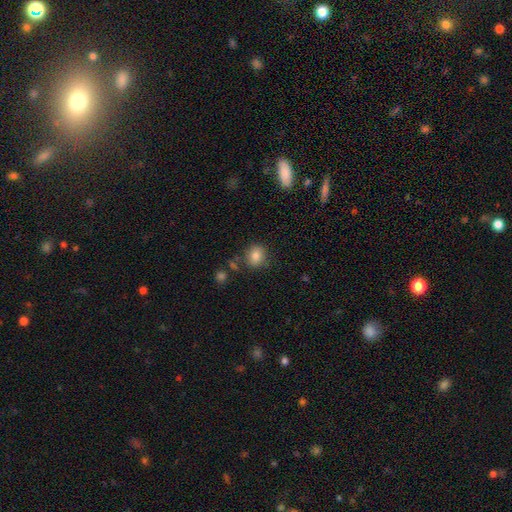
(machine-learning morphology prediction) Smooth or featured? Predicted: smooth (p=0.83). How rounded? Predicted: round (p=0.62). Merging? Predicted: none (p=0.77).